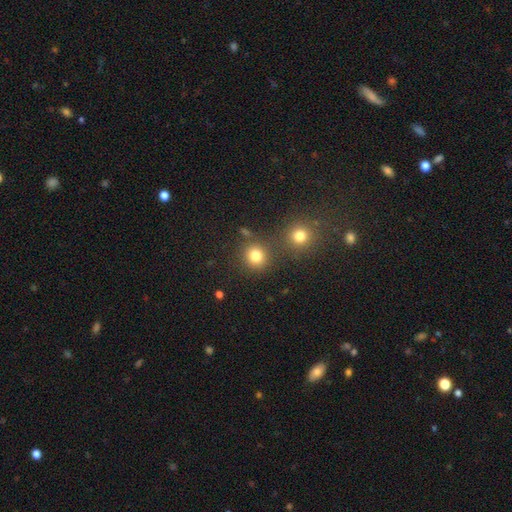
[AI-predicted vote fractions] This is clearly a smooth galaxy (80%). How rounded: clearly round (90%). Merging: likely none (76%).